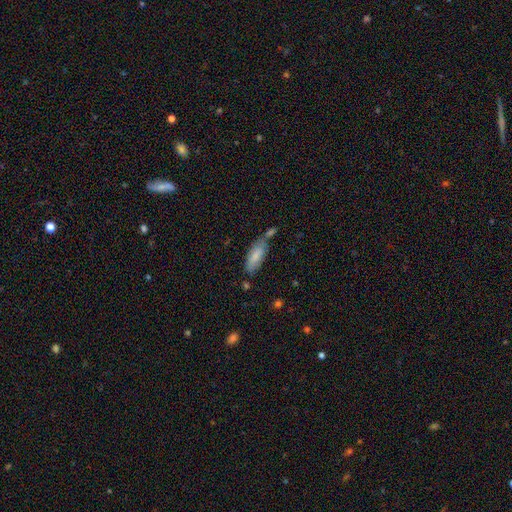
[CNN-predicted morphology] Smooth or featured? Predicted: smooth (p=0.79). How rounded? Predicted: in between (p=0.65). Merging? Predicted: none (p=0.54).